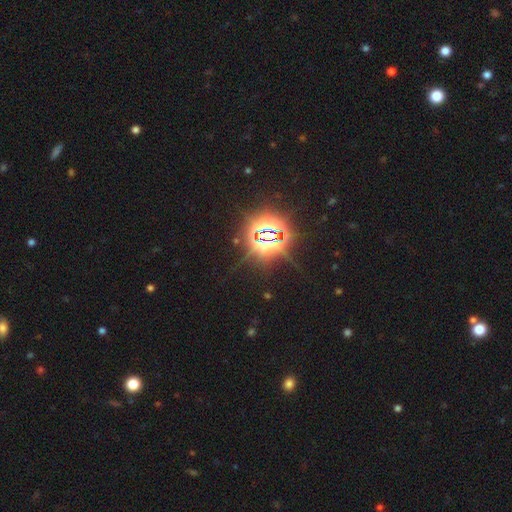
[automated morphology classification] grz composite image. It shows a star or artifact, not a galaxy (83%).